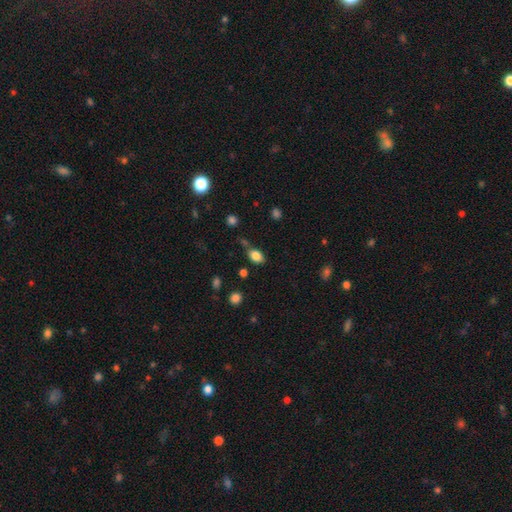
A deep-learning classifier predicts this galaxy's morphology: Overall: smooth (84%). How rounded: in between (82%). Merging: none (68%).